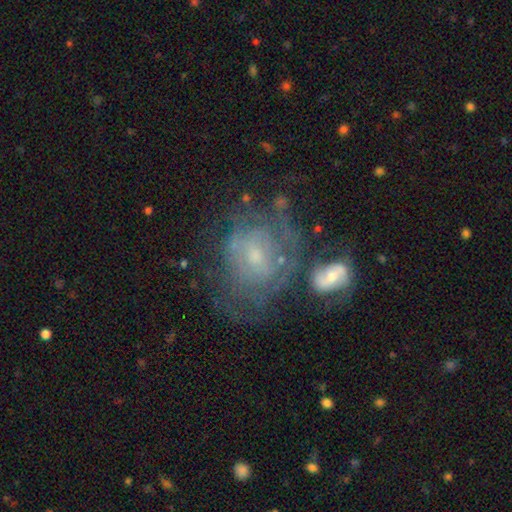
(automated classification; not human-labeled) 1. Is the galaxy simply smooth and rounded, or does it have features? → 69% featured or disk, 20% smooth, 11% star or artifact.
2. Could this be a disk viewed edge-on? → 97% no, 3% yes.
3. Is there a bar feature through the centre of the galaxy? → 56% no, 37% weak, 7% strong.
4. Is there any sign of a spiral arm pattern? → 70% yes, 30% no.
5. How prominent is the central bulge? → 62% small, 30% moderate, 5% none, 2% large, 1% dominant.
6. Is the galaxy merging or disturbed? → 46% none, 19% minor disturbance, 18% major disturbance, 17% merger.